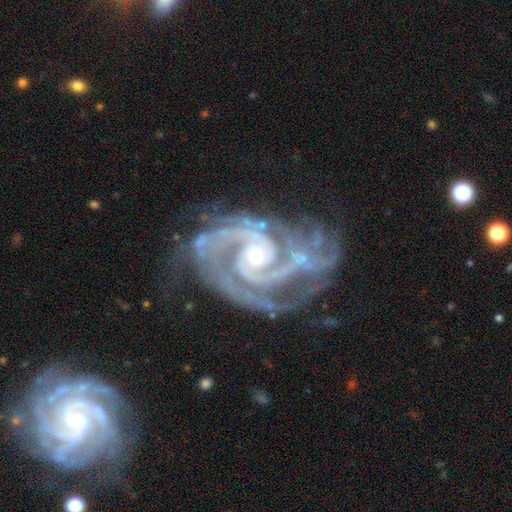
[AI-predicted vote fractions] This is clearly a featured or disk galaxy (93%). It is clearly not viewed edge-on (98%). Bar: possibly no (57%). Spiral arm pattern: clearly yes (99%). Spiral arm count: possibly 2 (53%). Spiral winding: likely tight (63%). Central bulge: likely small (67%). Merging: possibly none (55%).